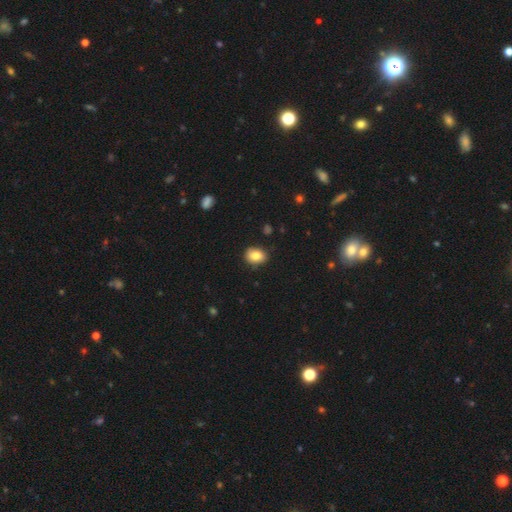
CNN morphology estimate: The model was most divided on "how rounded": in between: 56%, round: 43%, cigar-shaped: 1%. More confident: merging — none (84%); smooth or featured — smooth (83%).